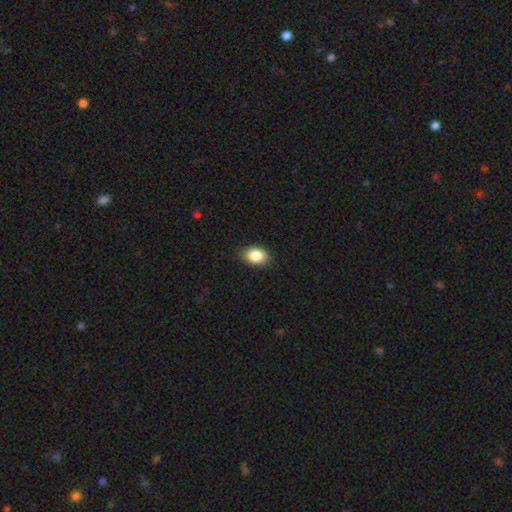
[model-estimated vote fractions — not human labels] smooth_or_featured: smooth (p=0.86) [alt: star or artifact p=0.08]
how_rounded: in between (p=0.80) [alt: round p=0.19]
merging: none (p=0.86) [alt: minor disturbance p=0.11]